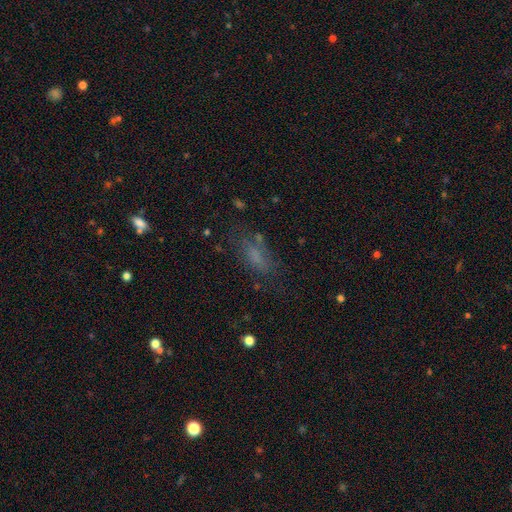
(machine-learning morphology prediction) This is possibly a smooth galaxy (60%). How rounded: likely in between (74%). Merging: possibly none (59%).